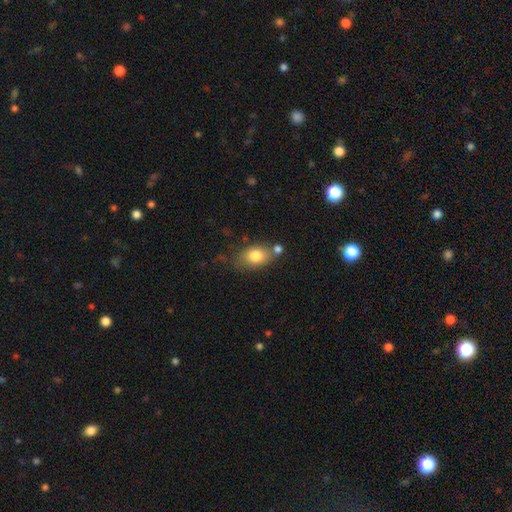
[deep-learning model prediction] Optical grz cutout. It shows a smooth galaxy with no disk features (79%) that is in between round and cigar-shaped (78%). Merging: none (60%).